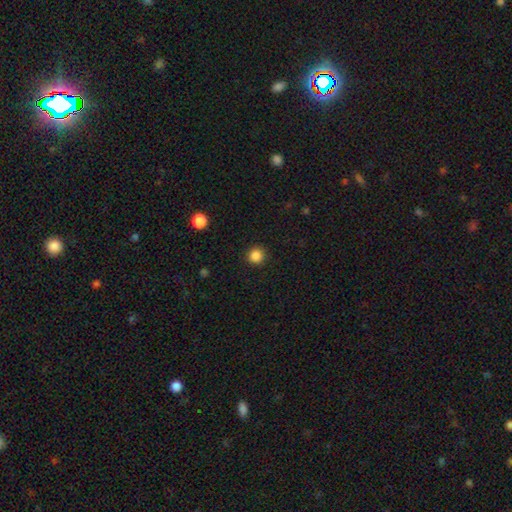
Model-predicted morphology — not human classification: Smooth or featured: smooth — 85% (star or artifact — 12%)
How rounded: round — 95% (in between — 4%)
Merging: none — 91% (minor disturbance — 6%)